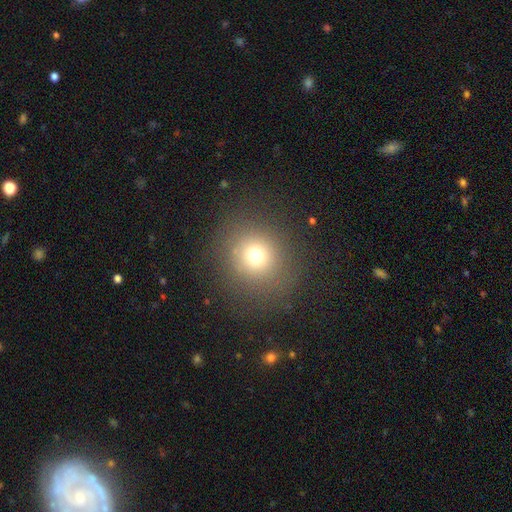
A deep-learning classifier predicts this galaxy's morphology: type=smooth (70%); roundness=round (88%); merging=none (84%).